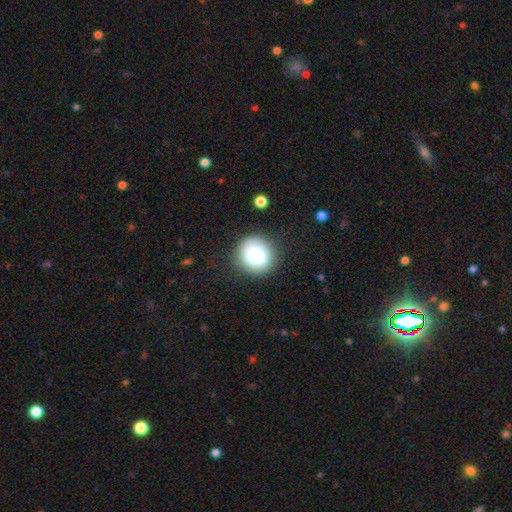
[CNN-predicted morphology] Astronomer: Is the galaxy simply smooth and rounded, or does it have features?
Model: smooth — 80%.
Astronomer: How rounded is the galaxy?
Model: round — 88%.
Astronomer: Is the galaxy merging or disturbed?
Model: none — 86%.